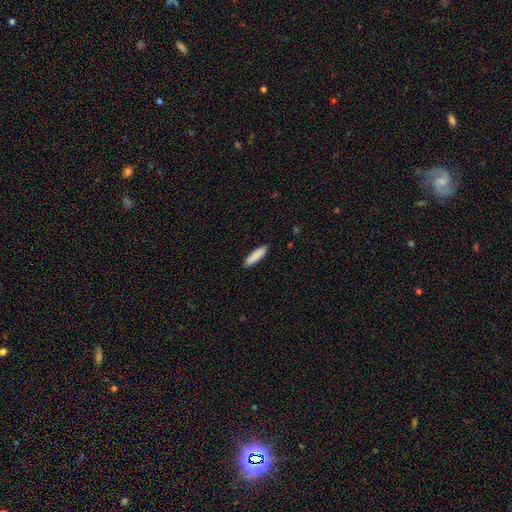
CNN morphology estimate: This is clearly a smooth galaxy (89%). How rounded: likely cigar-shaped (65%). Merging: clearly none (89%).